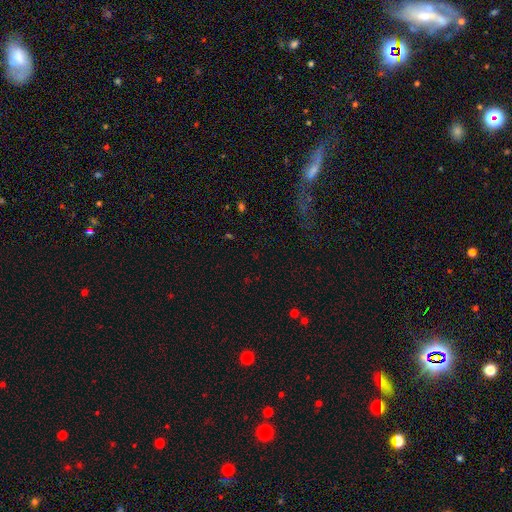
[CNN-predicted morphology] star or artifact 67%, smooth 25%, featured or disk 8%.